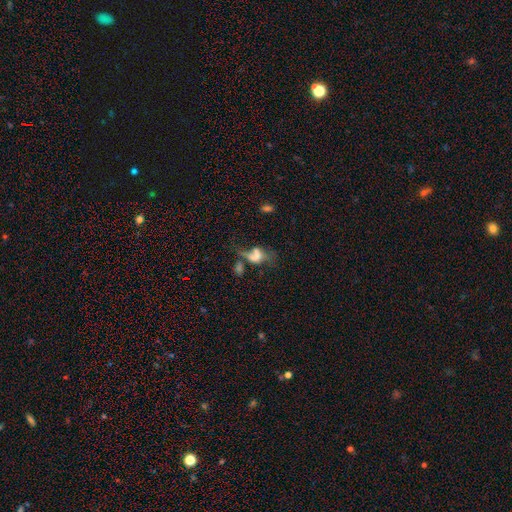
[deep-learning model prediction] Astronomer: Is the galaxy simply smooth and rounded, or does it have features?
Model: smooth — 46% (runner-up: featured or disk, 37%).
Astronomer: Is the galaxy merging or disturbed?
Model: merger — 39% (runner-up: major disturbance, 32%).